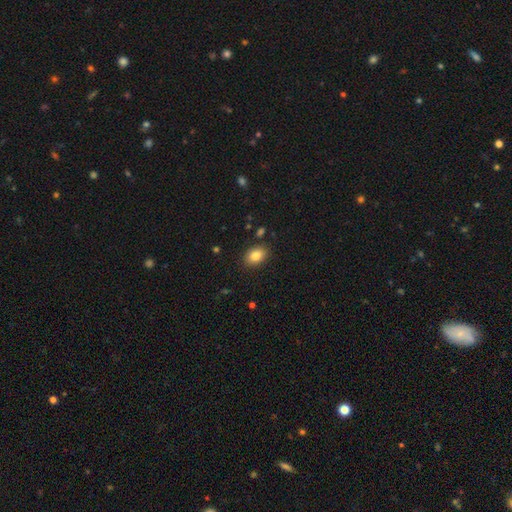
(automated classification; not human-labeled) The model was most divided on "how rounded": in between: 81%, round: 18%, cigar-shaped: 1%. More confident: merging — none (86%); smooth or featured — smooth (84%).